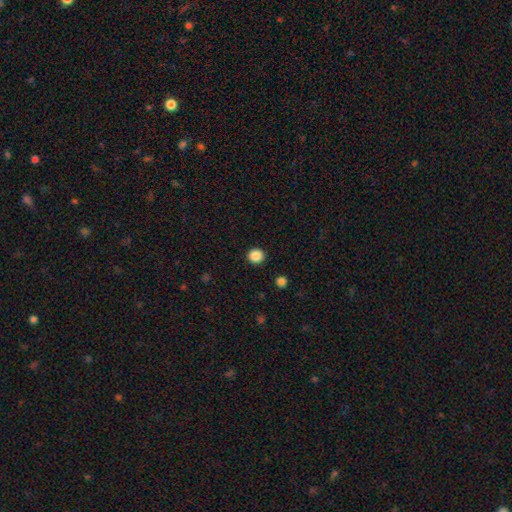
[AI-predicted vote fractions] This appears to be a smooth galaxy with no disk features (87%) that is round (92%). Merging: none (92%).